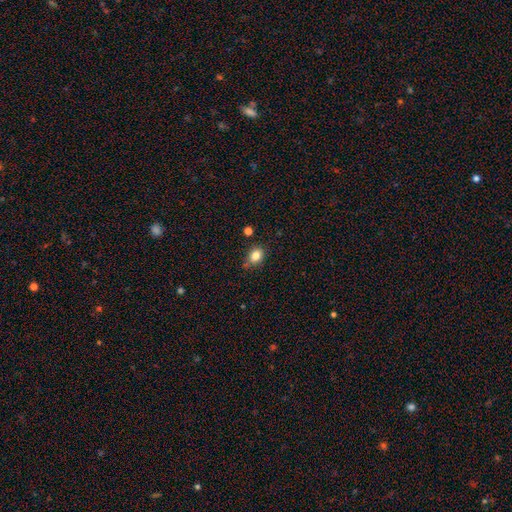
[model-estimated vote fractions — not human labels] Overall: smooth (83%). How rounded: in between (59%; round 39%). Merging: none (68%).